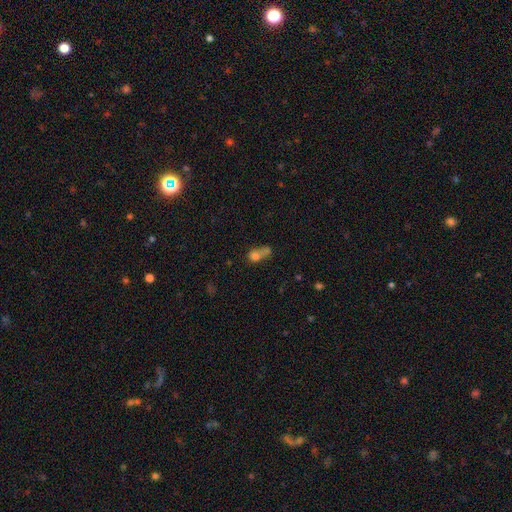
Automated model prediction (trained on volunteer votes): Smooth or featured: smooth — 70% (featured or disk — 15%)
How rounded: round — 50% (in between — 44%)
Merging: merger — 48% (none — 23%)